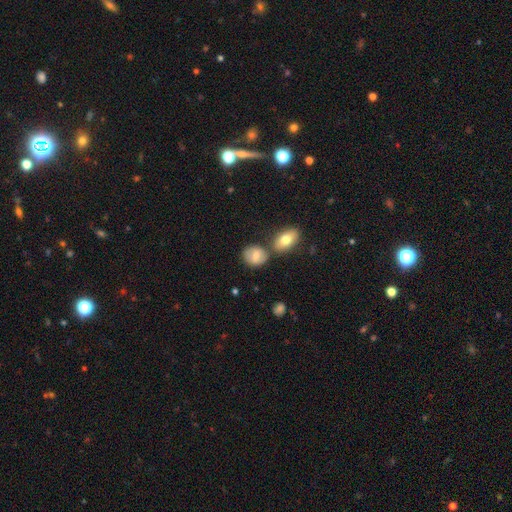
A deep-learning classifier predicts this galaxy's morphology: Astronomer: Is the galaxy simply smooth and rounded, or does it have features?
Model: smooth — 70%.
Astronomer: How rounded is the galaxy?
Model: round — 53% (runner-up: in between, 46%).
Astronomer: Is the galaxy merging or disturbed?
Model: none — 63%.